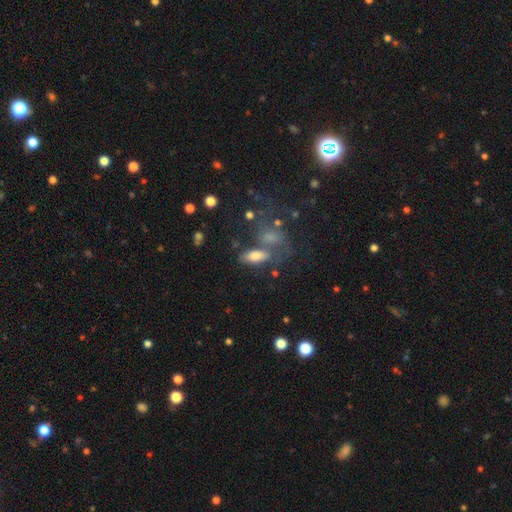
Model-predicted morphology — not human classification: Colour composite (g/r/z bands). It shows a smooth galaxy with no disk features (73%) that is in between round and cigar-shaped (76%). Merging: none (55%).